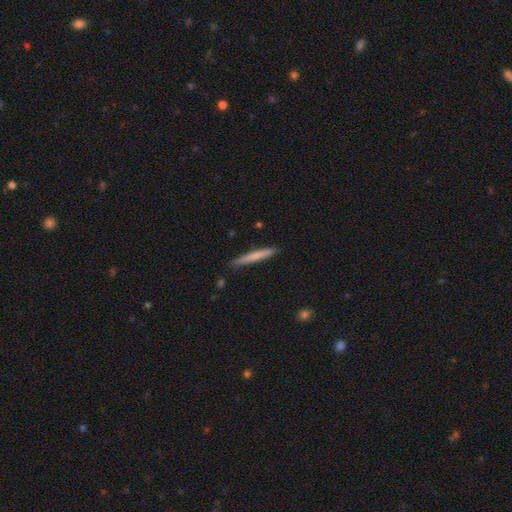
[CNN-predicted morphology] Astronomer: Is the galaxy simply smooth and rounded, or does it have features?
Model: smooth — 67%.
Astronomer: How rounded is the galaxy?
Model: cigar-shaped — 96%.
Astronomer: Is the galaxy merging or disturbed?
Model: none — 88%.